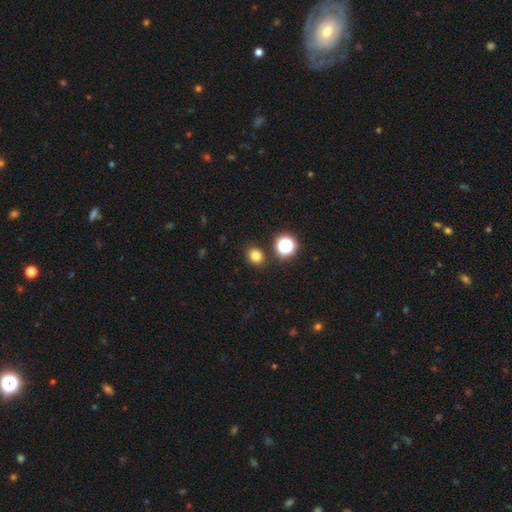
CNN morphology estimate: smooth_or_featured: smooth (p=0.78) [alt: star or artifact p=0.17]
how_rounded: round (p=0.68) [alt: in between p=0.31]
merging: none (p=0.87) [alt: minor disturbance p=0.07]